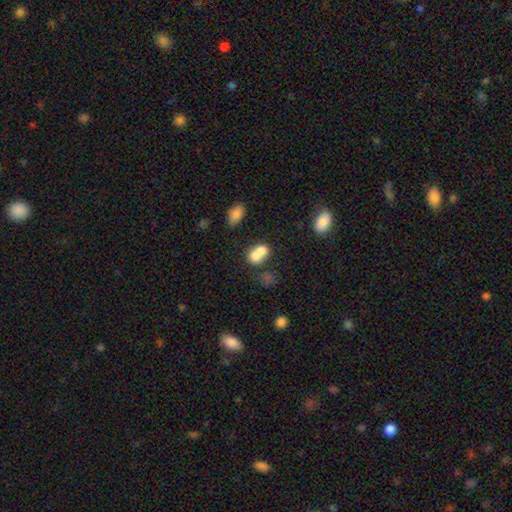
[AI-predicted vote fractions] smooth-or-featured: smooth: 71% | featured or disk: 19% | star or artifact: 10%
  how-rounded: in between: 54% | round: 44% | cigar-shaped: 2%
  merging: merger: 67% | none: 20% | minor disturbance: 8% | major disturbance: 5%